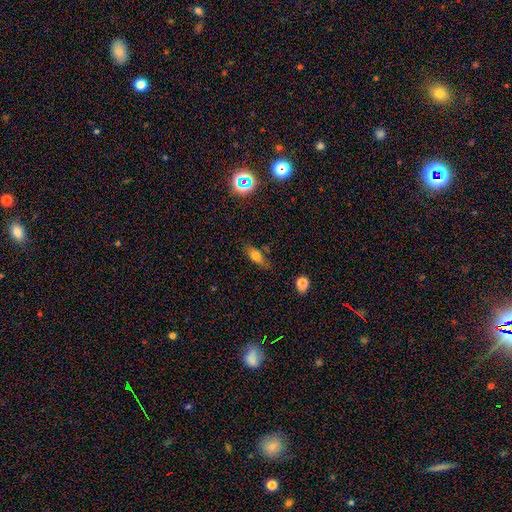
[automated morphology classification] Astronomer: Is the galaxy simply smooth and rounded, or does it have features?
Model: smooth — 67%.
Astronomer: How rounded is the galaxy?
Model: in between — 70%.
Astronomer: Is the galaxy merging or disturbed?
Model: none — 68%.